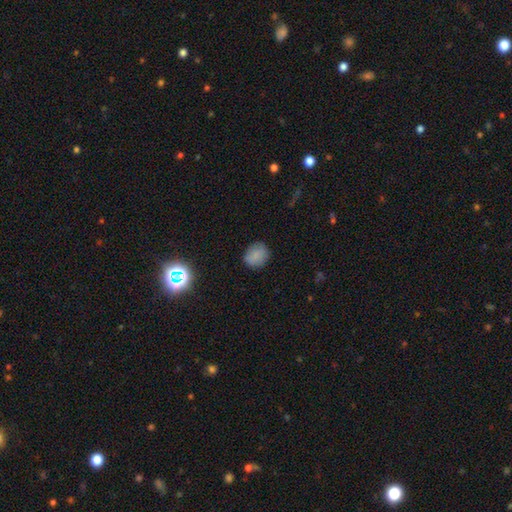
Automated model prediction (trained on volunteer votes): This is clearly a smooth galaxy (83%). How rounded: likely round (69%). Merging: clearly none (83%).